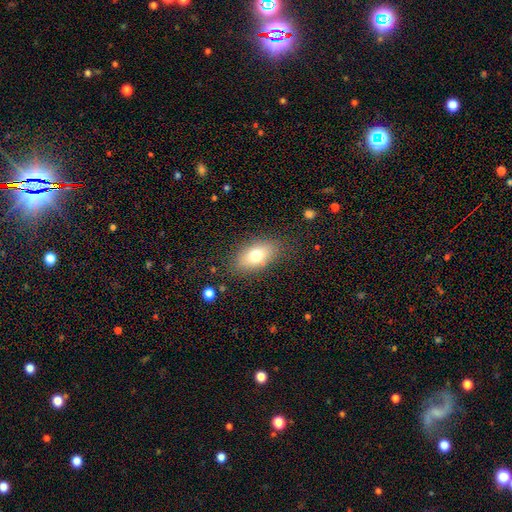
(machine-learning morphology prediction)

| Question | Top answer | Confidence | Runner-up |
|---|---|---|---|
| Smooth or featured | smooth | 74% | featured or disk (18%) |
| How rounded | in between | 88% | round (7%) |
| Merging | none | 80% | minor disturbance (13%) |